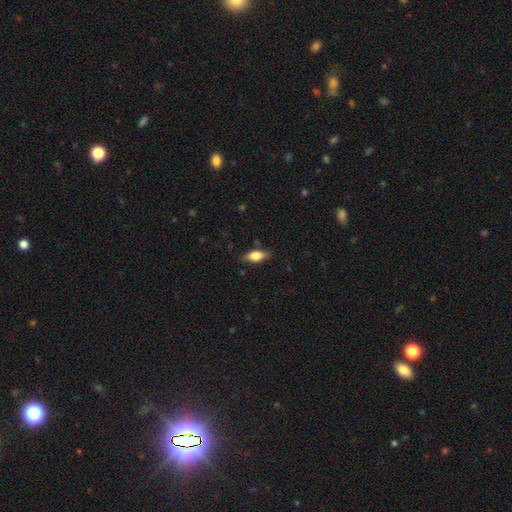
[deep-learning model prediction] Smooth or featured: smooth — 69% (featured or disk — 23%)
How rounded: in between — 82% (cigar-shaped — 14%)
Merging: none — 80% (minor disturbance — 16%)